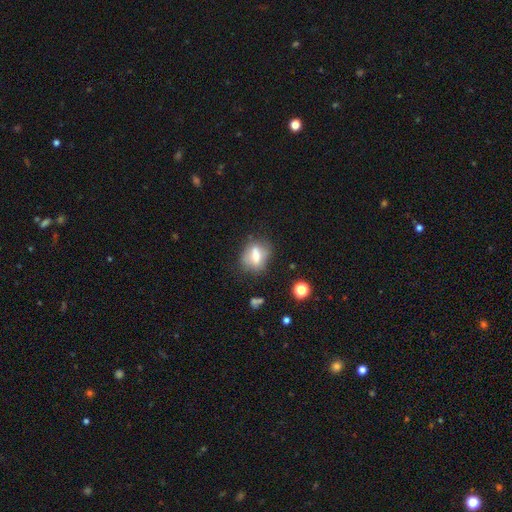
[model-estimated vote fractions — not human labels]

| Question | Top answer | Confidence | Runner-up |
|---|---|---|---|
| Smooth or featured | smooth | 59% | featured or disk (30%) |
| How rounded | in between | 54% | round (33%) |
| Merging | none | 67% | minor disturbance (19%) |